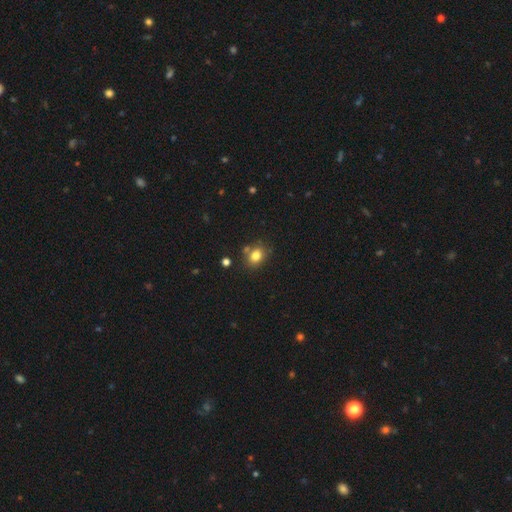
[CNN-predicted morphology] type=smooth (80%); roundness=round (50%); merging=none (71%).